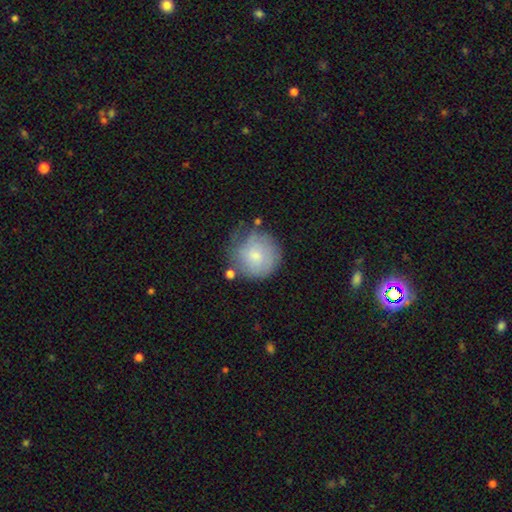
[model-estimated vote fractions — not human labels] smooth 66%, featured or disk 27%, star or artifact 7%. Down the decision tree: how rounded — round (92%); merging — none (57%).